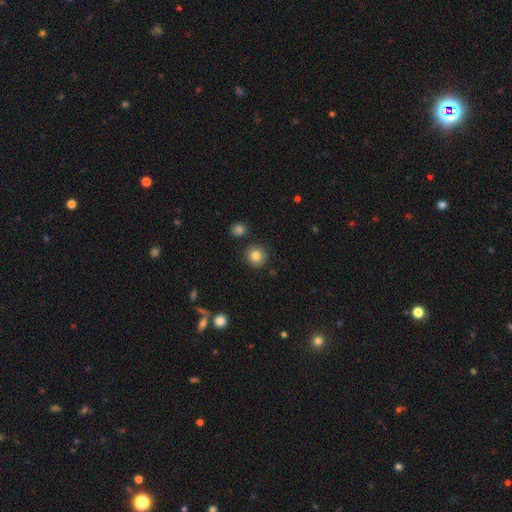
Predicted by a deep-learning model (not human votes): Smooth or featured? Predicted: smooth (p=0.83). How rounded? Predicted: round (p=0.93). Merging? Predicted: none (p=0.87).